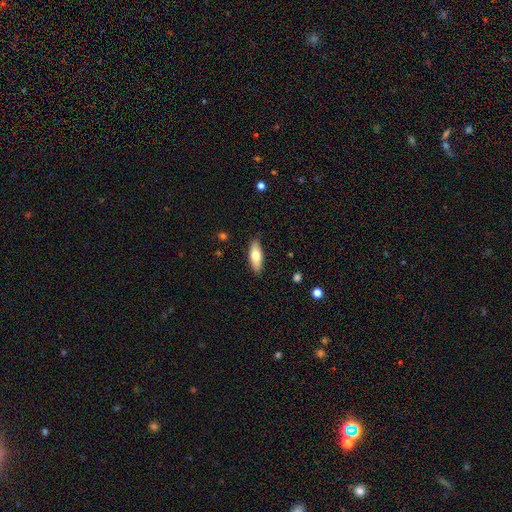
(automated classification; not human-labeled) Morphology: type=smooth (69%); roundness=in between (65%); merging=none (88%).